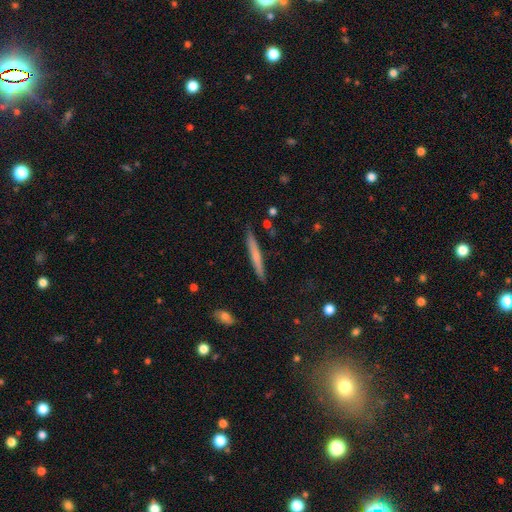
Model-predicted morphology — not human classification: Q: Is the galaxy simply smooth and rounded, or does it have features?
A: smooth — 54%.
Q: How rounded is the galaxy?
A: cigar-shaped — 96%.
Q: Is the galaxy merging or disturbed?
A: none — 89%.